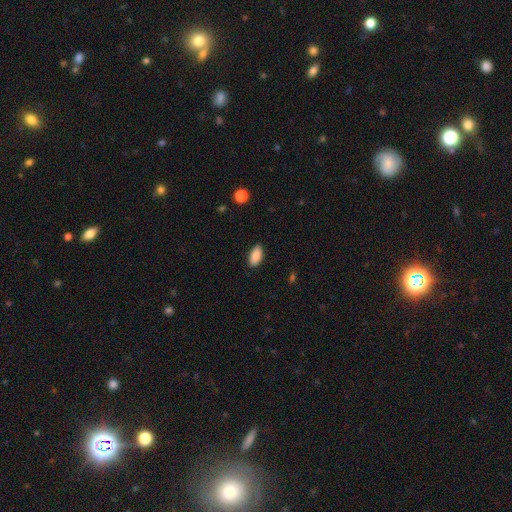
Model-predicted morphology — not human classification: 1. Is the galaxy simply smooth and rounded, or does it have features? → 89% smooth, 7% star or artifact, 4% featured or disk.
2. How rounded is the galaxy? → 92% in between, 6% cigar-shaped, 3% round.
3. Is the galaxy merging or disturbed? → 87% none, 10% minor disturbance, 2% major disturbance, 1% merger.